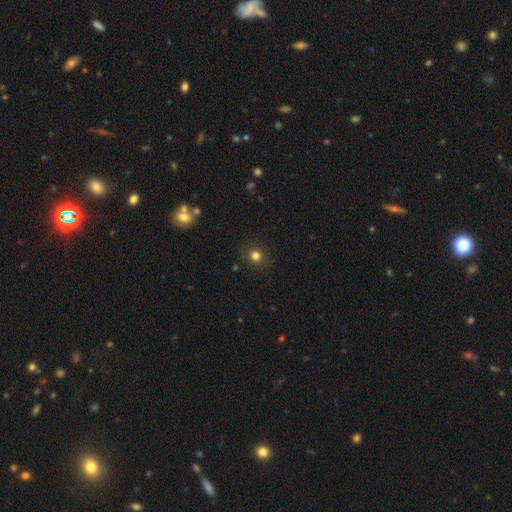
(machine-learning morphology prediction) smooth-or-featured: smooth: 77% | star or artifact: 16% | featured or disk: 7%
  how-rounded: round: 87% | in between: 12% | cigar-shaped: 1%
  merging: none: 86% | minor disturbance: 9% | major disturbance: 3% | merger: 2%